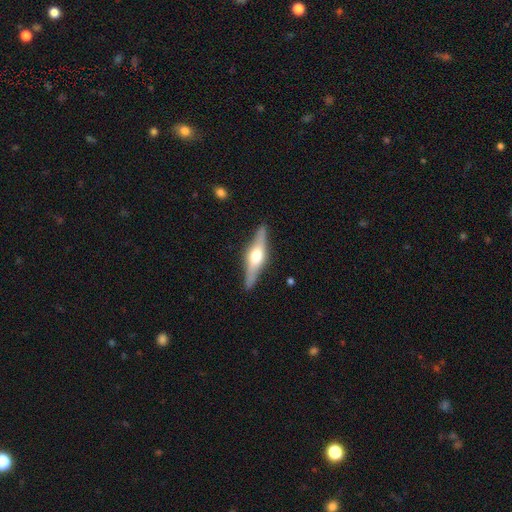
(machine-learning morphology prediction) Smooth or featured? Predicted: featured or disk (p=0.70). Edge-on disk? Predicted: yes (p=0.95). Edge-on bulge? Predicted: rounded (p=0.92). Merging? Predicted: none (p=0.88).